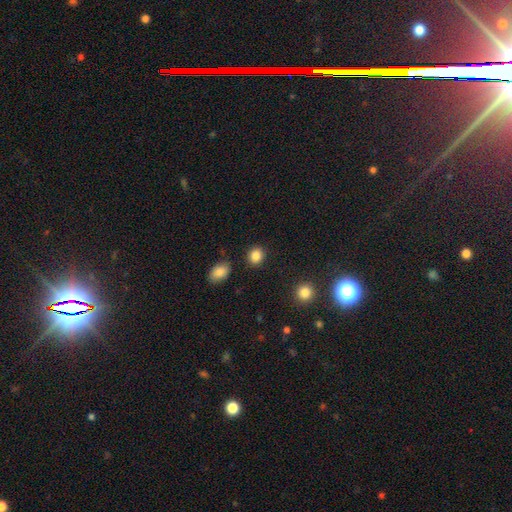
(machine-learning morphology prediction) Smooth or featured? Predicted: smooth (p=0.86). How rounded? Predicted: round (p=0.71). Merging? Predicted: none (p=0.88).